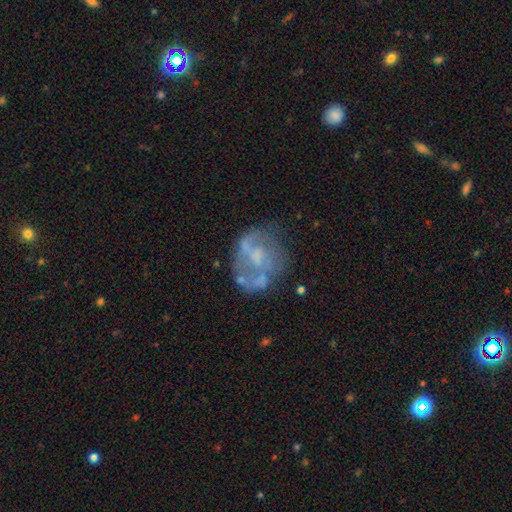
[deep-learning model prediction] Q: Smooth or featured?
A: featured or disk (70%); runner-up: smooth (20%)
Q: Edge-on disk?
A: no (97%); runner-up: yes (3%)
Q: Bar?
A: no (61%); runner-up: weak (31%)
Q: Spiral arms?
A: yes (55%); runner-up: no (45%)
Q: Bulge size?
A: moderate (33%); tied with: small (33%)
Q: Merging?
A: none (54%); runner-up: minor disturbance (20%)